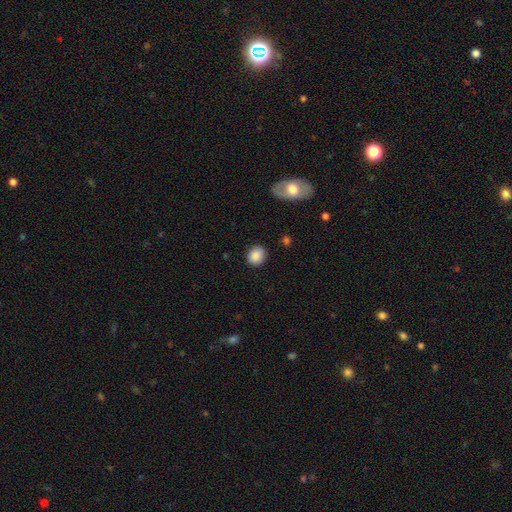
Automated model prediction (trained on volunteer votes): Smooth or featured? smooth (87%)
How rounded? round (71%)
Merging? none (87%)